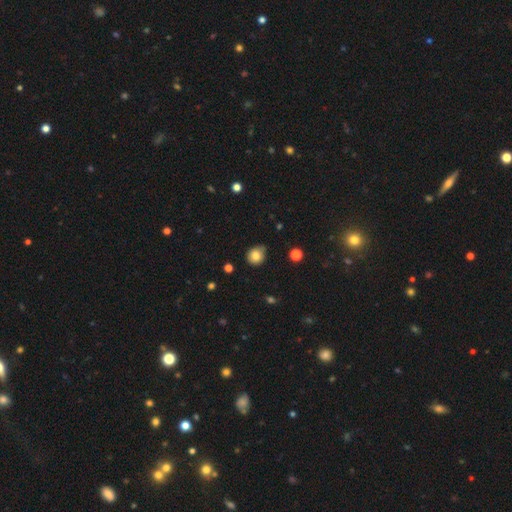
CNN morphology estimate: Smooth or featured? smooth (81%)
How rounded? round (77%)
Merging? none (70%)